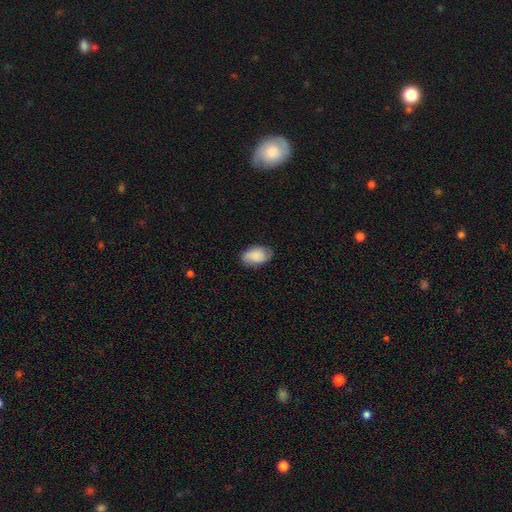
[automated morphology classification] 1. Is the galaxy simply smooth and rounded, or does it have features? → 80% smooth, 13% featured or disk, 7% star or artifact.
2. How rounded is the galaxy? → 90% in between, 8% round, 1% cigar-shaped.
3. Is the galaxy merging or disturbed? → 75% none, 19% minor disturbance, 4% major disturbance, 1% merger.